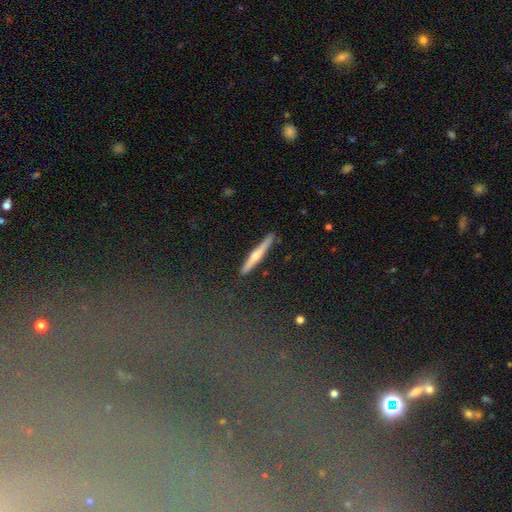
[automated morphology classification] Smooth or featured? Predicted: featured or disk (p=0.62). Edge-on disk? Predicted: yes (p=0.97). Edge-on bulge? Predicted: rounded (p=0.82). Merging? Predicted: none (p=0.90).